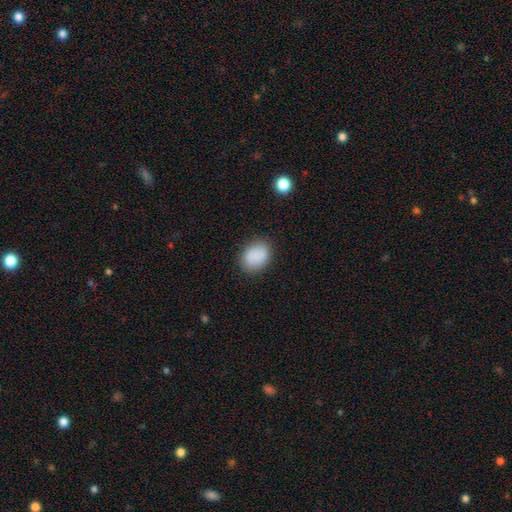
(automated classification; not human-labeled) smooth 85%, featured or disk 8%, star or artifact 8%. Down the decision tree: how rounded — in between (65%); merging — none (84%).